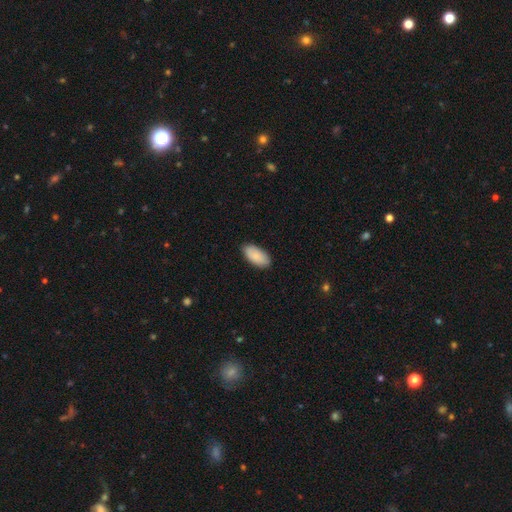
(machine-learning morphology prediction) Q: Smooth or featured?
A: smooth (88%); runner-up: featured or disk (7%)
Q: How rounded?
A: in between (95%); runner-up: cigar-shaped (4%)
Q: Merging?
A: none (87%); runner-up: minor disturbance (11%)